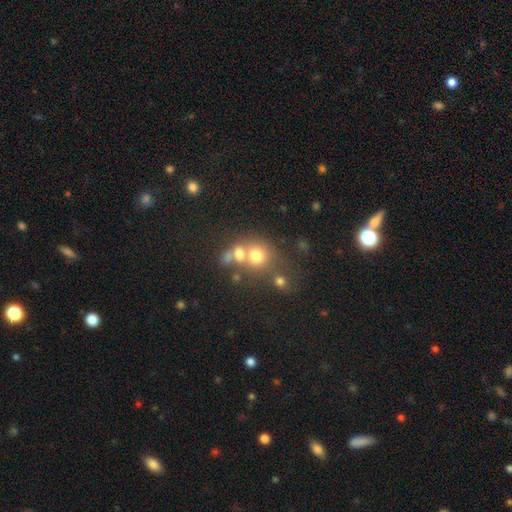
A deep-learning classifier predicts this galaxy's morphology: A smooth galaxy with no disk features (68%) that is round (79%). Merging: merger (47%).